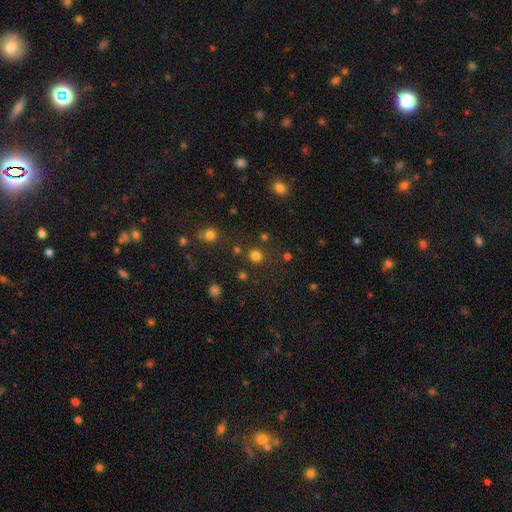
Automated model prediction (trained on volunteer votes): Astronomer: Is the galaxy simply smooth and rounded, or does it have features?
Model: smooth — 77%.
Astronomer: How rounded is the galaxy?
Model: round — 92%.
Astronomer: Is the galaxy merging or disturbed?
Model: none — 86%.